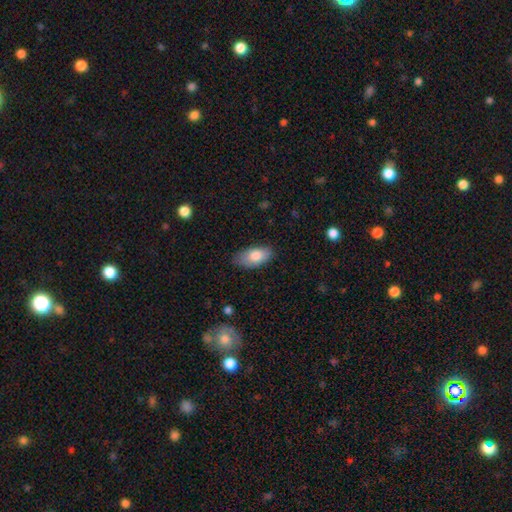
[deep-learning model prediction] This appears to be a smooth galaxy with no disk features (82%) that is in between round and cigar-shaped (92%). Merging: none (75%).